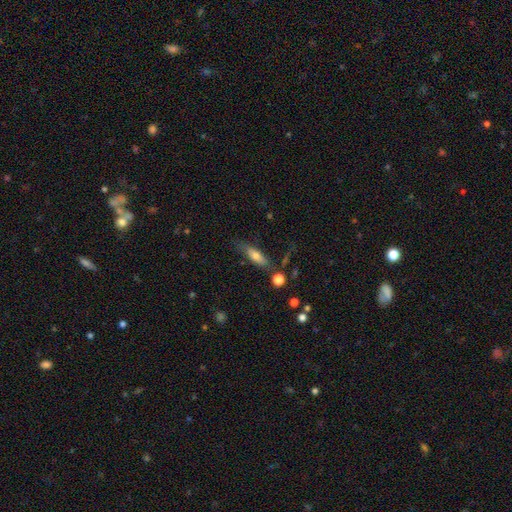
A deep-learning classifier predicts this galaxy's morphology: Smooth or featured? smooth (65%)
How rounded? in between (53%)
Merging? none (63%)